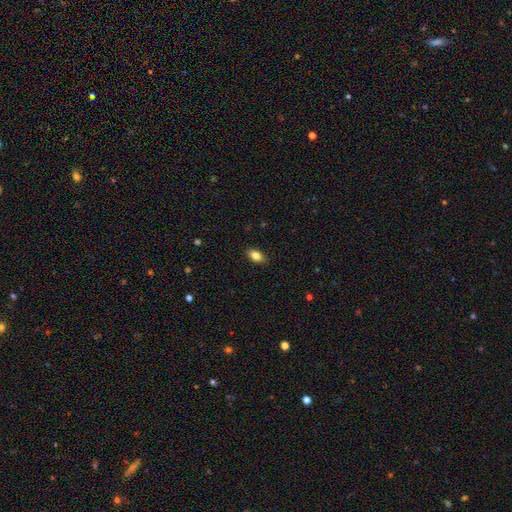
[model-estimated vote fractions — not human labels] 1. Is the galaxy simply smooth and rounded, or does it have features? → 83% smooth, 9% featured or disk, 8% star or artifact.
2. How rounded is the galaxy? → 89% in between, 7% round, 4% cigar-shaped.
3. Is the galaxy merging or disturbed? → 88% none, 9% minor disturbance, 2% major disturbance, 1% merger.